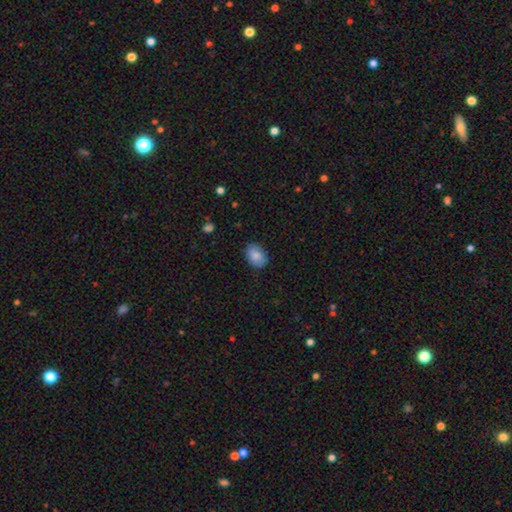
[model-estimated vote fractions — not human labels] Smooth or featured? smooth (85%)
How rounded? in between (82%)
Merging? none (86%)